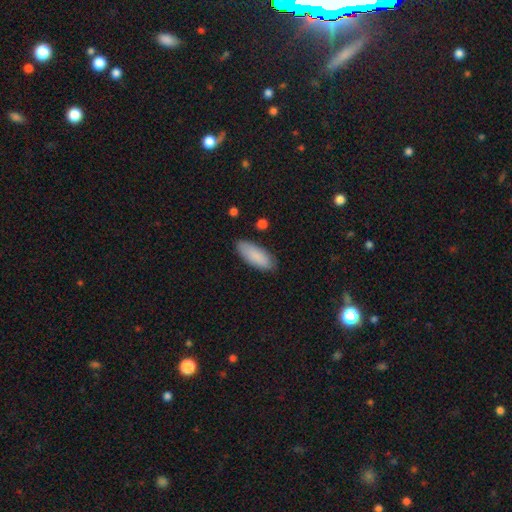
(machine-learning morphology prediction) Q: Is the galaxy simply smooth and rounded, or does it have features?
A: smooth — 88%.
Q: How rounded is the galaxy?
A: in between — 74%.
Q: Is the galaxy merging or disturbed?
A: none — 84%.